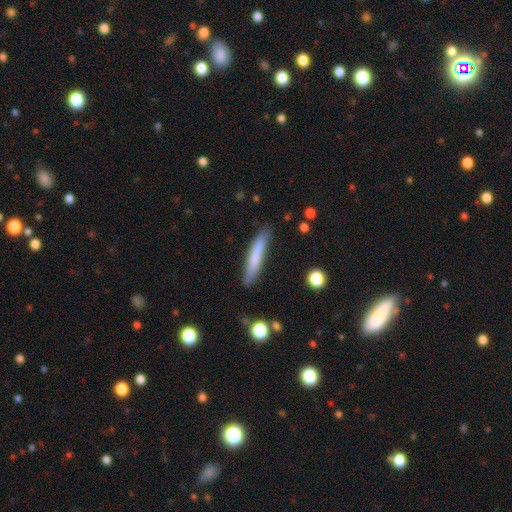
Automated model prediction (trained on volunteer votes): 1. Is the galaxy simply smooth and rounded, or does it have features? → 73% smooth, 21% featured or disk, 6% star or artifact.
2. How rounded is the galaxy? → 92% cigar-shaped, 7% in between, 1% round.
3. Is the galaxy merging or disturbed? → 81% none, 14% minor disturbance, 3% major disturbance, 2% merger.